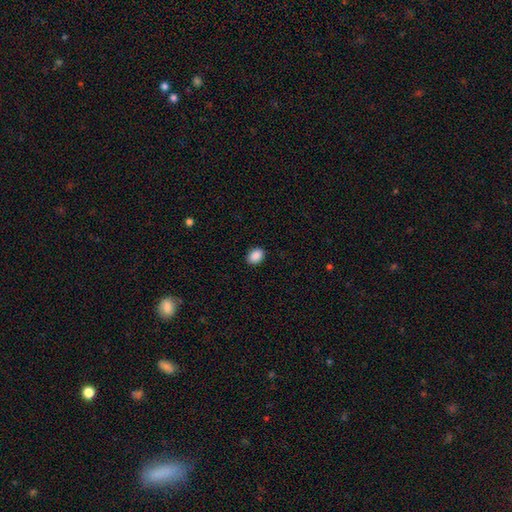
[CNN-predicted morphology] Smooth or featured? Predicted: smooth (p=0.90). How rounded? Predicted: in between (p=0.75). Merging? Predicted: none (p=0.90).